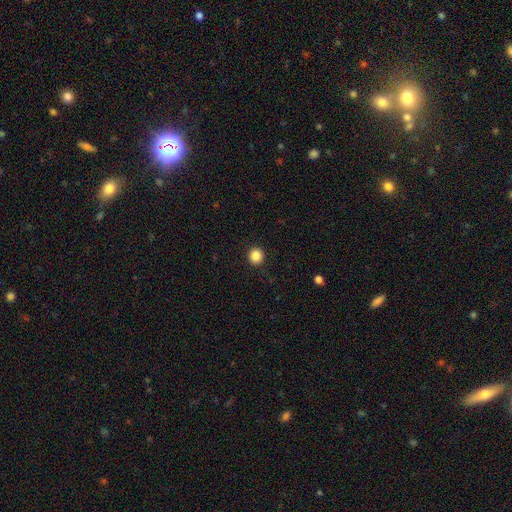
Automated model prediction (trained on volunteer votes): smooth 86%, star or artifact 10%, featured or disk 3%. Down the decision tree: how rounded — round (93%); merging — none (93%).